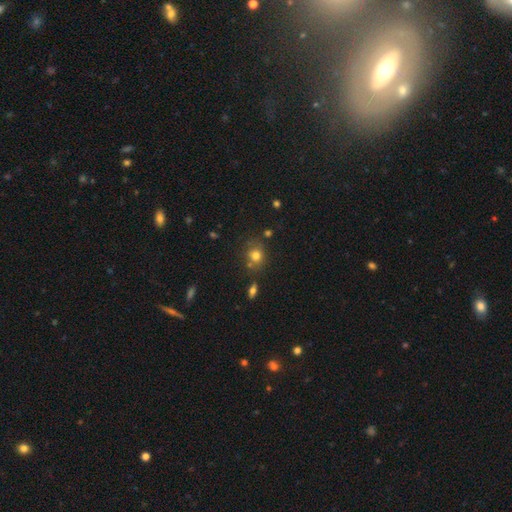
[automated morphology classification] Smooth or featured? smooth (75%)
How rounded? round (72%)
Merging? none (66%)